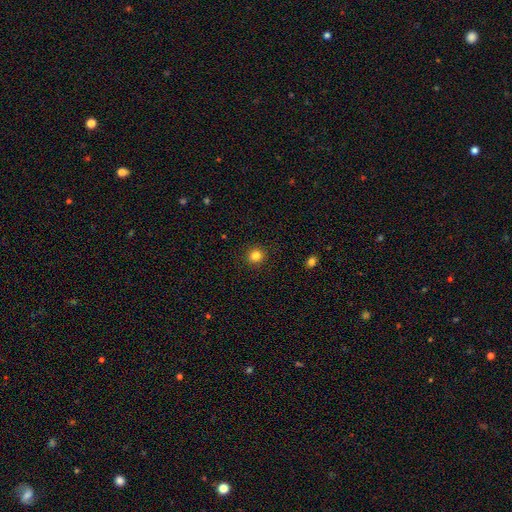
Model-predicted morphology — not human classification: smooth_or_featured: smooth (p=0.83) [alt: star or artifact p=0.12]
how_rounded: round (p=0.89) [alt: in between p=0.10]
merging: none (p=0.91) [alt: minor disturbance p=0.06]